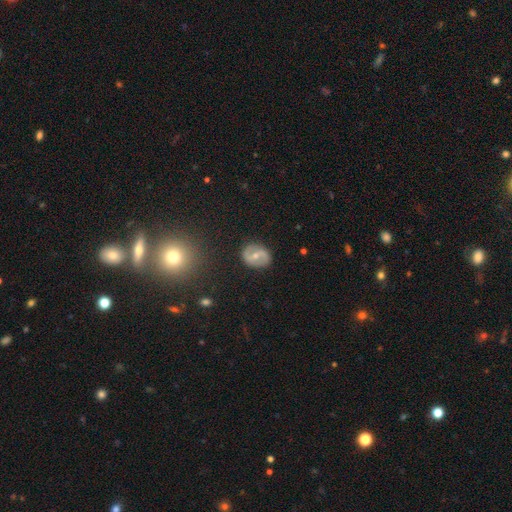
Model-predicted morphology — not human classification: featured or disk 71%, smooth 22%, star or artifact 7%. Down the decision tree: edge-on disk — no (97%); bar — weak (46%); spiral arms — yes (79%); spiral arm count — 2 (89%); spiral winding — medium (44%); bulge size — small (50%); merging — none (84%).